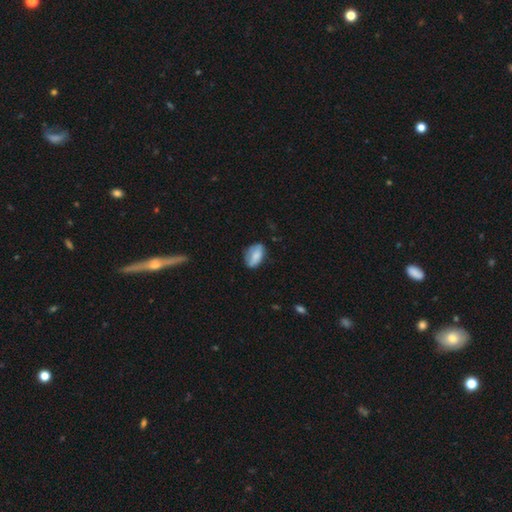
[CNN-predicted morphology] smooth-or-featured: smooth: 77% | featured or disk: 16% | star or artifact: 7%
  how-rounded: in between: 89% | round: 8% | cigar-shaped: 3%
  merging: none: 57% | minor disturbance: 32% | major disturbance: 9% | merger: 2%